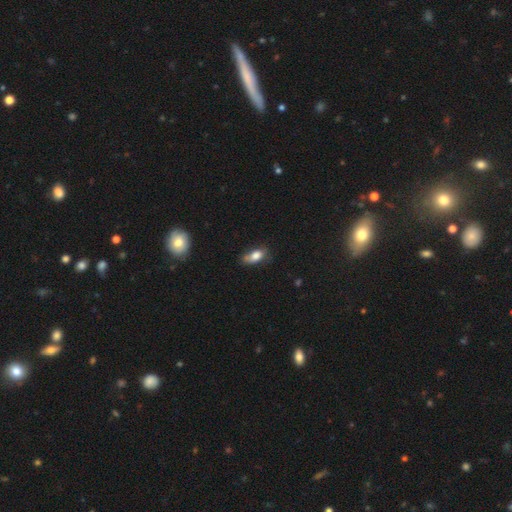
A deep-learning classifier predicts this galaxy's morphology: type=smooth (77%); roundness=in between (85%); merging=none (47%).